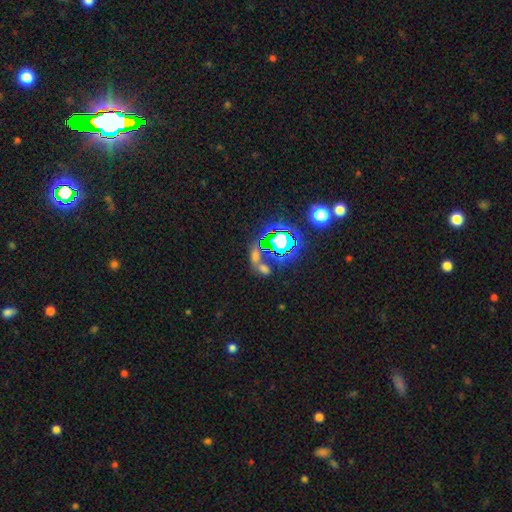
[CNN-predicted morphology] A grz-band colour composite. It shows a star or artifact, not a galaxy (49%).